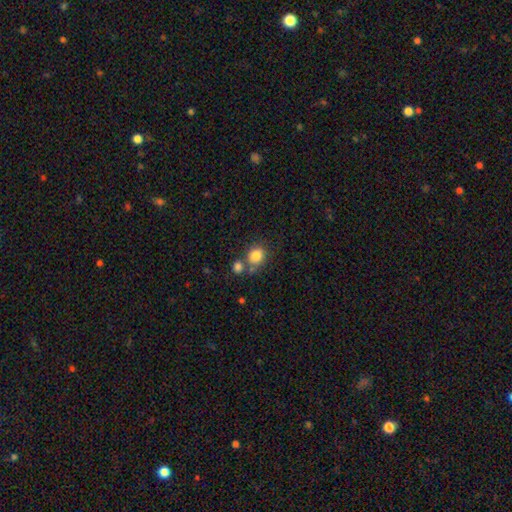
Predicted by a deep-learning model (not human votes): Smooth or featured? smooth (83%)
How rounded? round (73%)
Merging? none (59%)